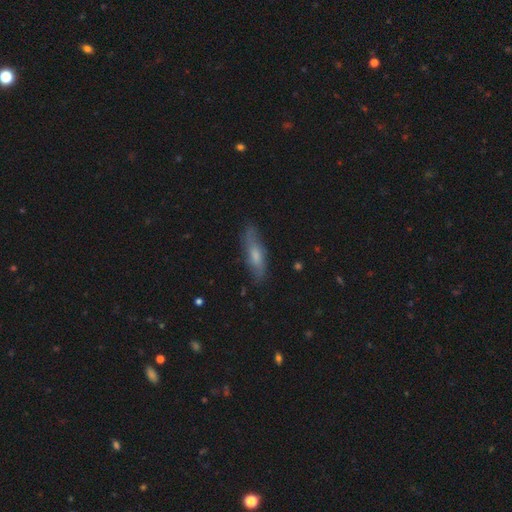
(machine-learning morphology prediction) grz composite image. It shows a smooth galaxy with no disk features (59%) that is cigar-shaped (56%). Merging: none (75%).